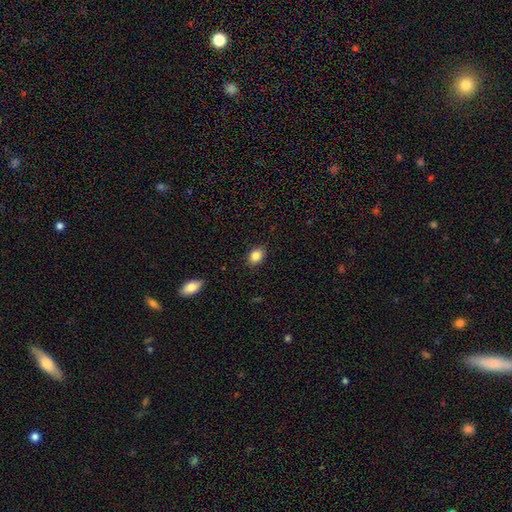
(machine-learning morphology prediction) A smooth galaxy with no disk features (86%) that is in between round and cigar-shaped (71%).

Vote fractions:
- Smooth or featured? smooth: 86% / star or artifact: 9% / featured or disk: 5%
- How rounded? in between: 71% / round: 28% / cigar-shaped: 1%
- Merging? none: 87% / minor disturbance: 9% / major disturbance: 2% / merger: 1%